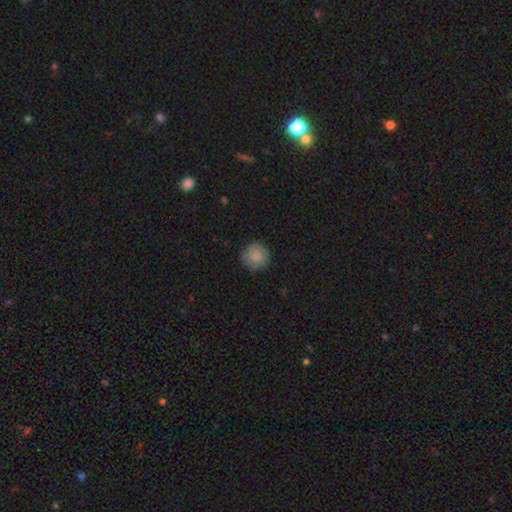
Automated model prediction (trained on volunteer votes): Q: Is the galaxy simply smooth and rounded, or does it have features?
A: smooth — 87%.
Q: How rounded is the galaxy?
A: round — 95%.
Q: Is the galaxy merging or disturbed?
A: none — 88%.